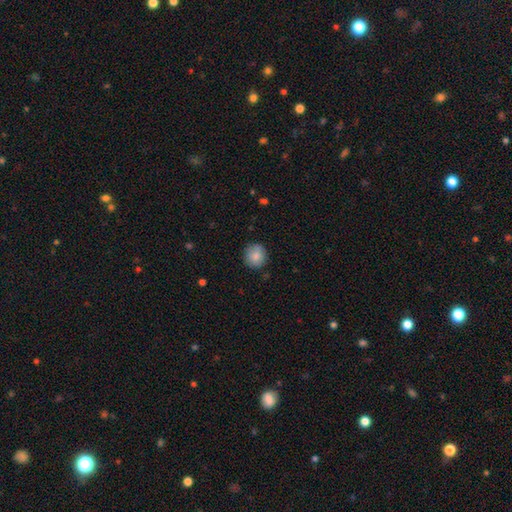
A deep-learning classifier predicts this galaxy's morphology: This appears to be a smooth galaxy with no disk features (83%) that is round (87%). Merging: none (81%).